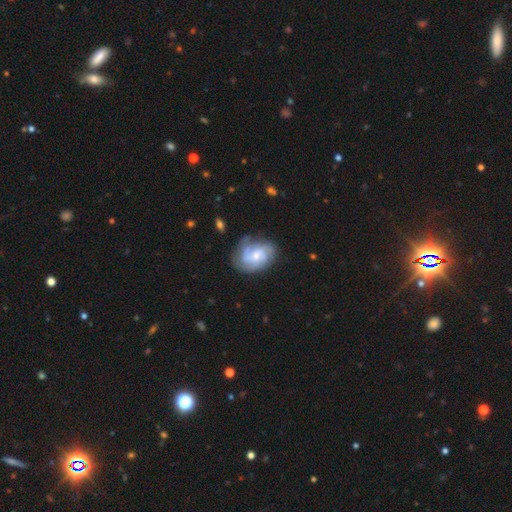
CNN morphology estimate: Overall: featured or disk (78%). Edge-on disk: no (98%). Bar: no (60%; weak 35%). Spiral arms: yes (94%). Spiral arm count: 3 (34%; can't tell 24%). Spiral winding: medium (43%; tight 42%). Bulge size: small (54%; moderate 37%). Merging: none (67%).